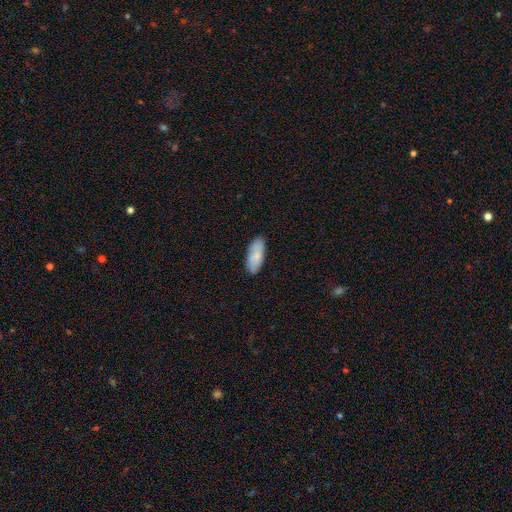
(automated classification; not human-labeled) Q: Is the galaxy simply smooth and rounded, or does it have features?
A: smooth — 71%.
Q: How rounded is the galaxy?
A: in between — 80%.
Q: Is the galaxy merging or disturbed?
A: none — 81%.